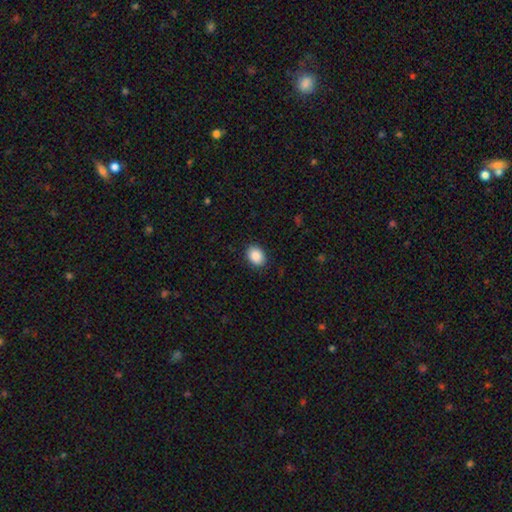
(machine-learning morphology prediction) A smooth galaxy with no disk features (89%) that is in between round and cigar-shaped (64%). Merging: none (89%).